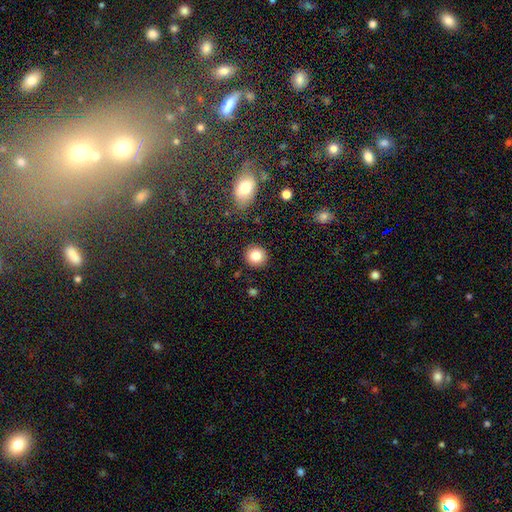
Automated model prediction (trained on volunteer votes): Smooth or featured: smooth — 84% (star or artifact — 10%)
How rounded: round — 91% (in between — 8%)
Merging: none — 89% (minor disturbance — 6%)